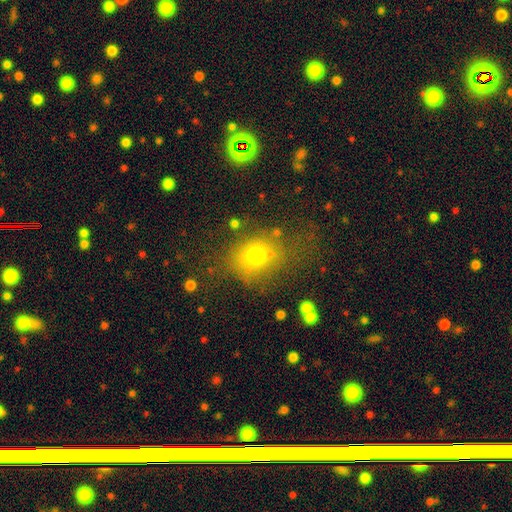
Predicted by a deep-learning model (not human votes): Morphology: type=smooth (68%); roundness=round (61%); merging=none (57%).